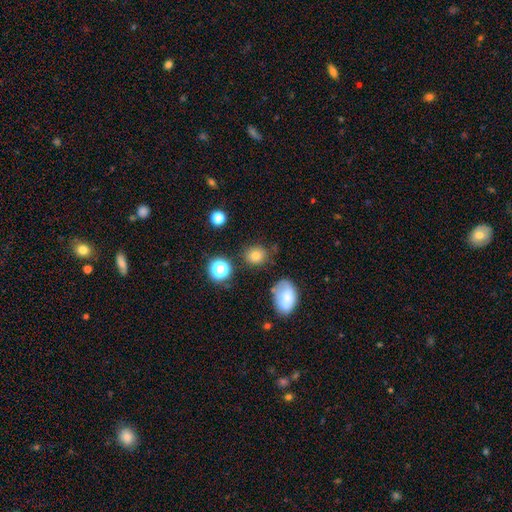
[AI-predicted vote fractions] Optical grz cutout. It shows a smooth galaxy with no disk features (77%) that is round (75%). Merging: none (78%).